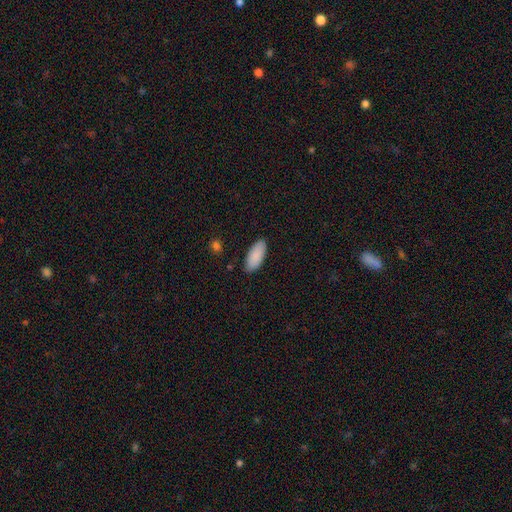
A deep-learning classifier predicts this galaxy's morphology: The model was most divided on "how rounded": in between: 88%, cigar-shaped: 11%, round: 2%. More confident: smooth or featured — smooth (90%); merging — none (88%).